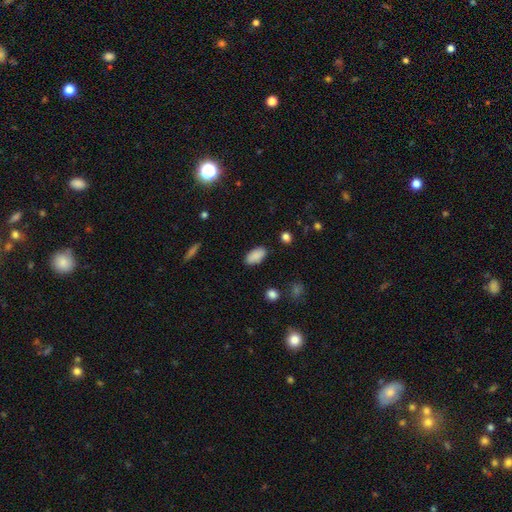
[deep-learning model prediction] Smooth or featured? smooth (88%)
How rounded? in between (92%)
Merging? none (87%)